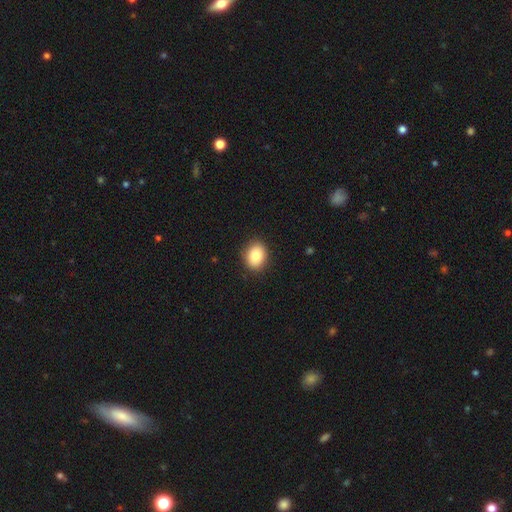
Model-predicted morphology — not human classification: type=smooth (84%); roundness=in between (52%); merging=none (89%).